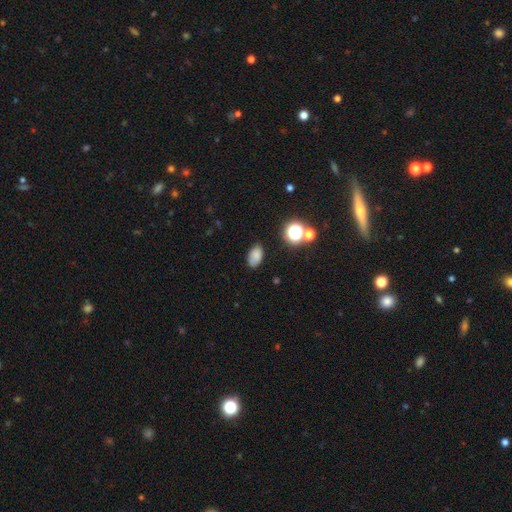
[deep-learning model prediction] smooth 79%, star or artifact 14%, featured or disk 8%. Down the decision tree: how rounded — in between (89%); merging — none (78%).